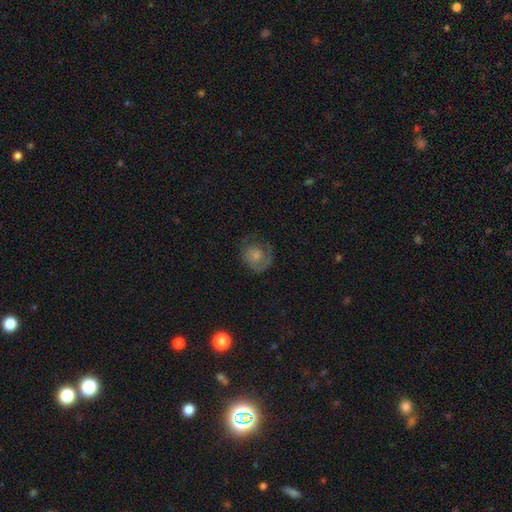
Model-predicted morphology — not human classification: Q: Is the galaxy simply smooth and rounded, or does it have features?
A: smooth — 54%.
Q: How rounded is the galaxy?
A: round — 77%.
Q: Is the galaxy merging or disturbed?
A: none — 56%.